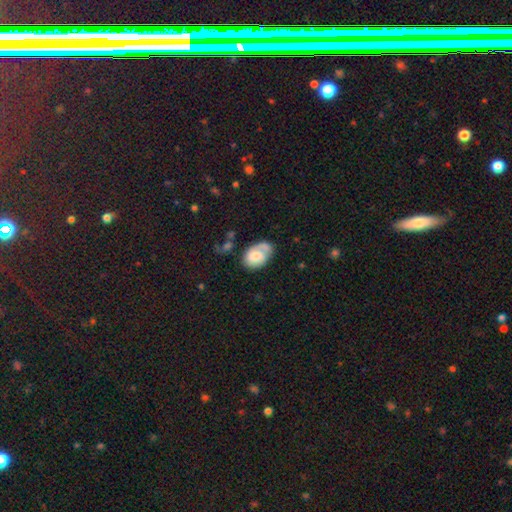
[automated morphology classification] smooth 47%, featured or disk 46%, star or artifact 7%. Down the decision tree: merging — none (49%).